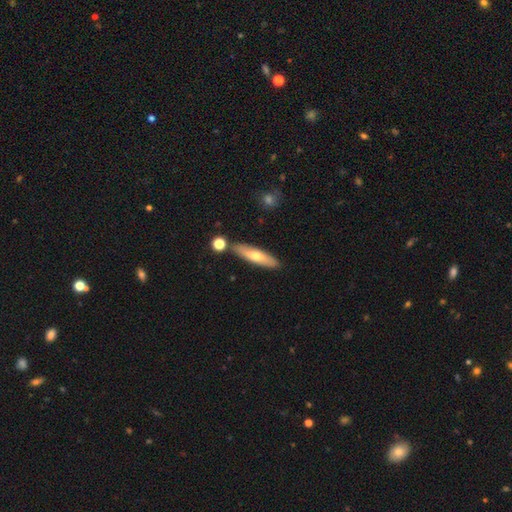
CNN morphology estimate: type=smooth (57%); roundness=cigar-shaped (73%); merging=none (81%).